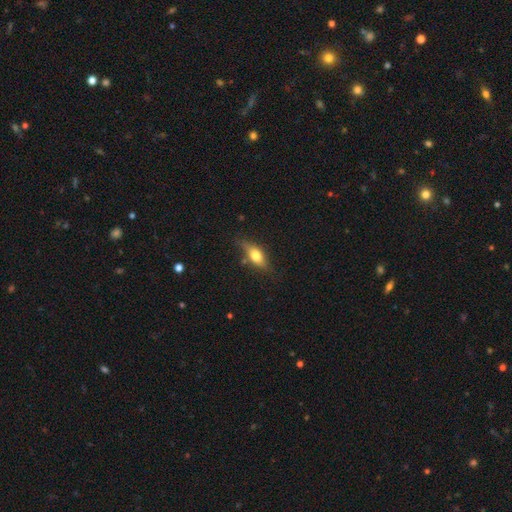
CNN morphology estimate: Smooth or featured?
  - smooth: 64% *
  - featured or disk: 29%
  - star or artifact: 8%
How rounded?
  - in between: 71% *
  - cigar-shaped: 24%
  - round: 5%
Merging?
  - none: 71% *
  - minor disturbance: 20%
  - major disturbance: 5%
  - merger: 3%